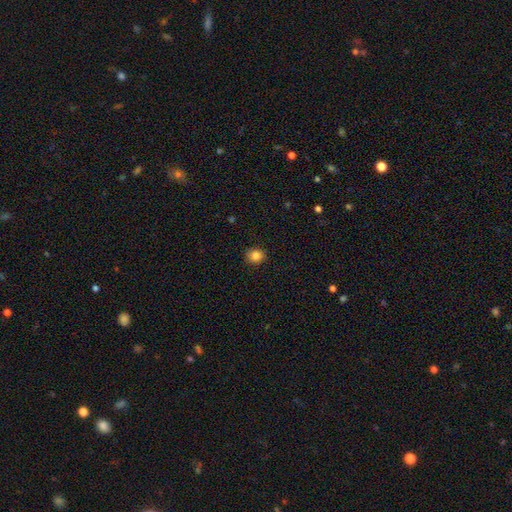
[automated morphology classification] Smooth or featured?
  - smooth: 85% *
  - star or artifact: 11%
  - featured or disk: 5%
How rounded?
  - round: 79% *
  - in between: 20%
  - cigar-shaped: 1%
Merging?
  - none: 89% *
  - minor disturbance: 8%
  - major disturbance: 2%
  - merger: 1%